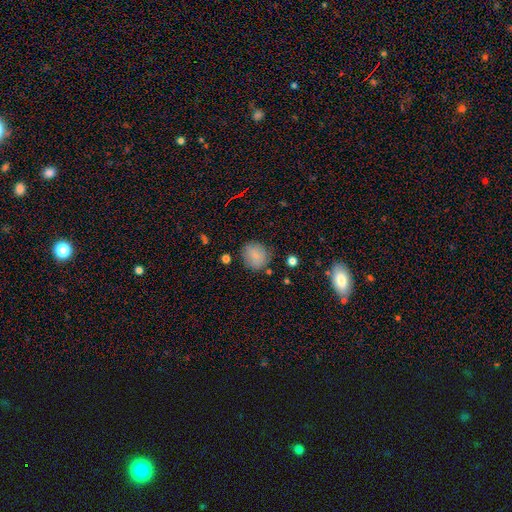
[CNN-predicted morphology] smooth_or_featured: smooth (p=0.81) [alt: star or artifact p=0.10]
how_rounded: round (p=0.81) [alt: in between p=0.18]
merging: none (p=0.77) [alt: minor disturbance p=0.16]